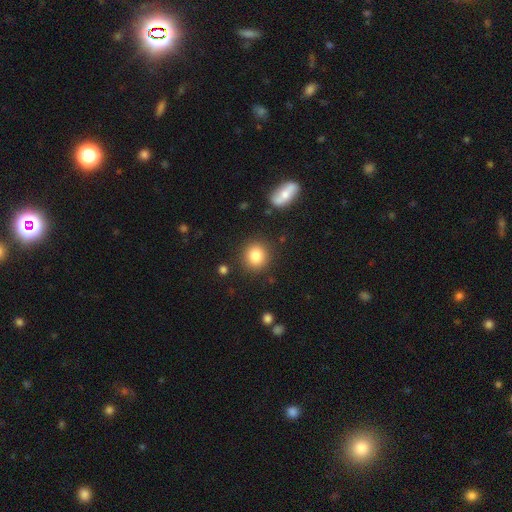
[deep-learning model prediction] smooth_or_featured: smooth (p=0.83) [alt: star or artifact p=0.10]
how_rounded: round (p=0.84) [alt: in between p=0.15]
merging: none (p=0.88) [alt: minor disturbance p=0.08]